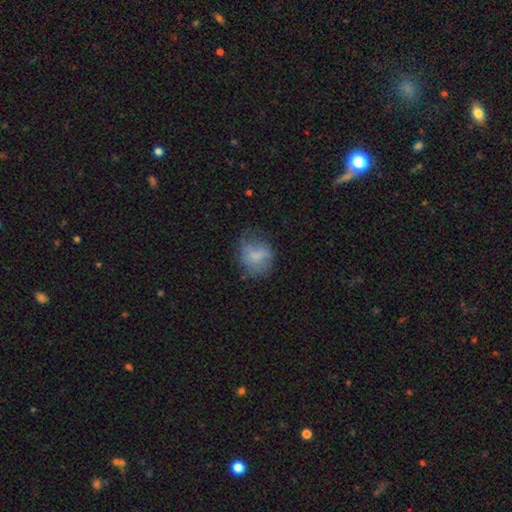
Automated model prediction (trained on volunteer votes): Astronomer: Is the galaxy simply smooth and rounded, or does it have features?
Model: smooth — 65%.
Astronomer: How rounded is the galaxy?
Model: round — 55% (runner-up: in between, 44%).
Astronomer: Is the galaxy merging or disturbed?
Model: none — 43% (runner-up: minor disturbance, 32%).